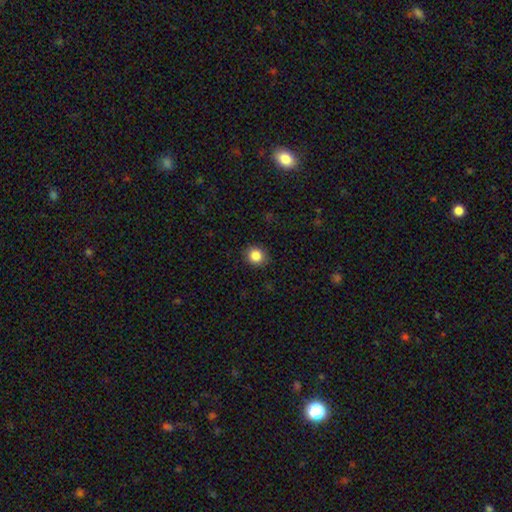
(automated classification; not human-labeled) Smooth or featured? smooth (85%)
How rounded? round (81%)
Merging? none (89%)